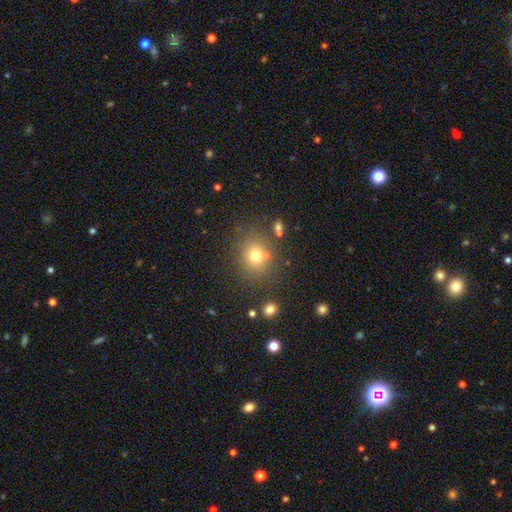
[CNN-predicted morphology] Smooth or featured: smooth — 73% (star or artifact — 17%)
How rounded: round — 75% (in between — 24%)
Merging: none — 75% (minor disturbance — 11%)